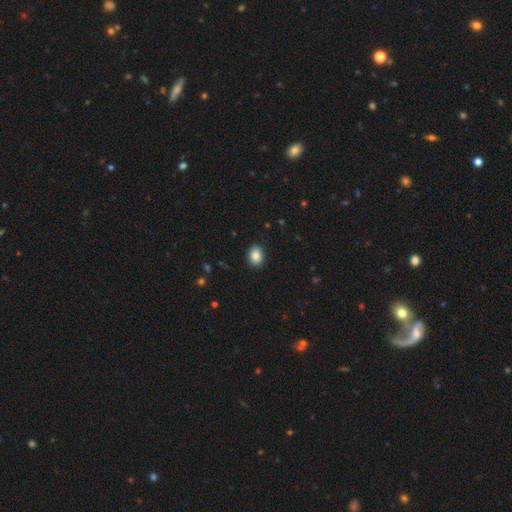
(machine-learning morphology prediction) smooth_or_featured: smooth (p=0.85) [alt: star or artifact p=0.09]
how_rounded: in between (p=0.62) [alt: round p=0.37]
merging: none (p=0.90) [alt: minor disturbance p=0.07]